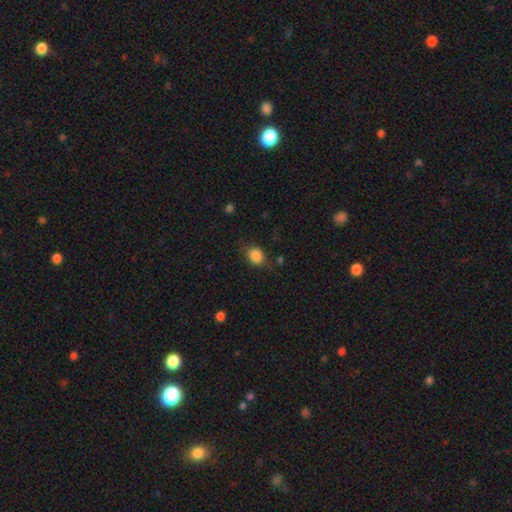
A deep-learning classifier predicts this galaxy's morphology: Smooth or featured? smooth (83%)
How rounded? round (49%, tied with in between)
Merging? none (68%)